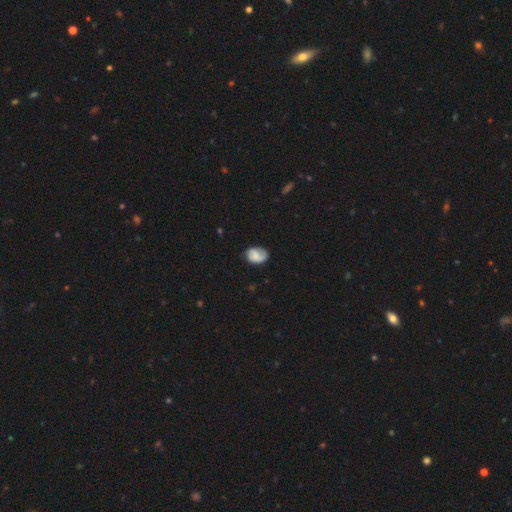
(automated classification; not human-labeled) Q: Smooth or featured?
A: smooth (56%); runner-up: featured or disk (37%)
Q: How rounded?
A: in between (69%); runner-up: round (30%)
Q: Merging?
A: none (66%); runner-up: minor disturbance (25%)